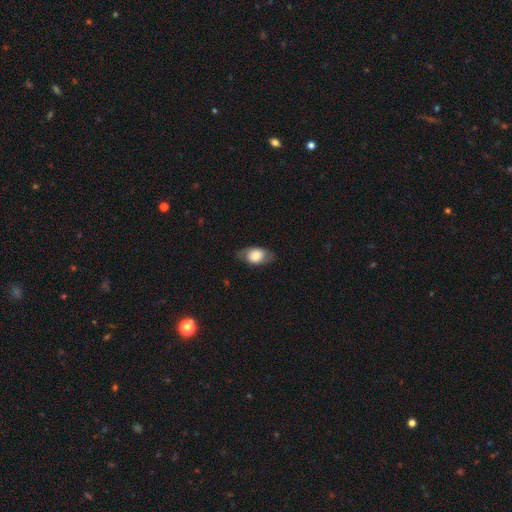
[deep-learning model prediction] smooth_or_featured: smooth (p=0.70) [alt: featured or disk p=0.23]
how_rounded: in between (p=0.85) [alt: round p=0.13]
merging: none (p=0.75) [alt: minor disturbance p=0.18]